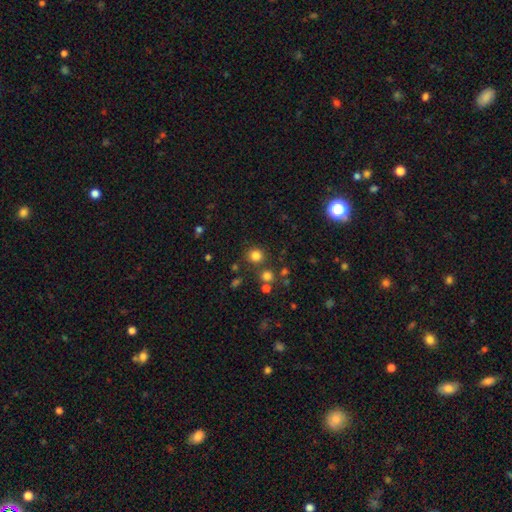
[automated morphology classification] Smooth or featured? smooth (80%)
How rounded? round (91%)
Merging? none (83%)